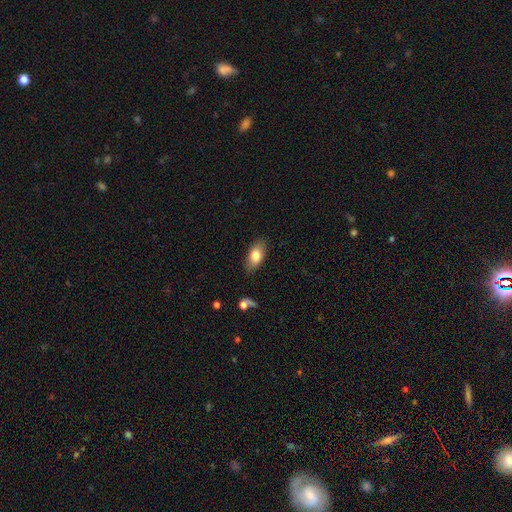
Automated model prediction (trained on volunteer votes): Smooth or featured? smooth (79%)
How rounded? in between (90%)
Merging? none (85%)